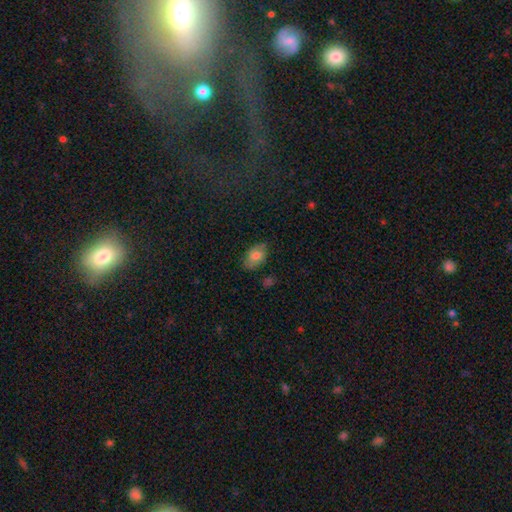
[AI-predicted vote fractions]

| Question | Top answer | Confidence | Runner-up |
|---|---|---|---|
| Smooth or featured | smooth | 76% | featured or disk (16%) |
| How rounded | in between | 89% | round (9%) |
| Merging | none | 75% | minor disturbance (20%) |